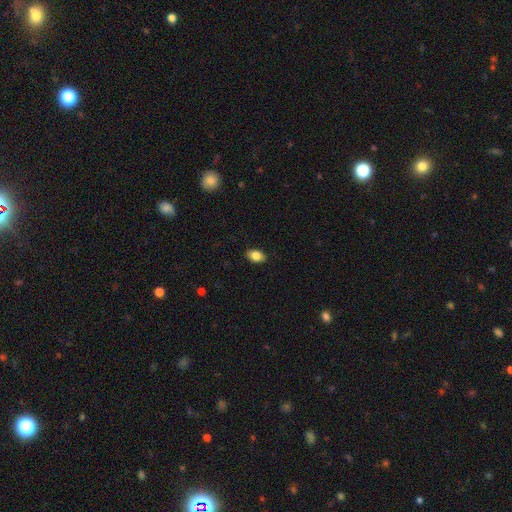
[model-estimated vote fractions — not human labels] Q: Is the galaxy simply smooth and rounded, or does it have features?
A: smooth — 84%.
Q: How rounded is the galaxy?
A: in between — 86%.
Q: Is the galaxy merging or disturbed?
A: none — 88%.